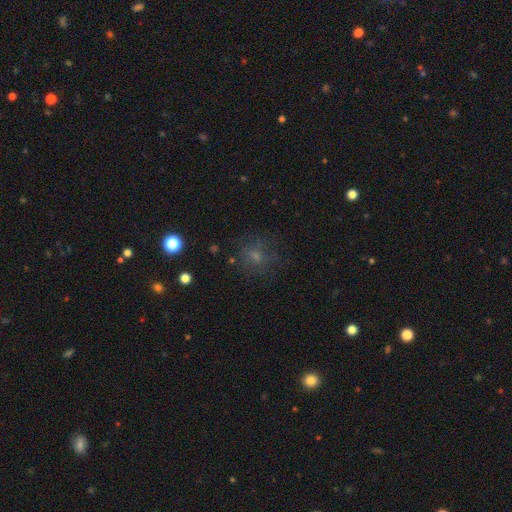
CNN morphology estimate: A smooth galaxy with no disk features (61%) that is round (75%). Merging: none (70%).